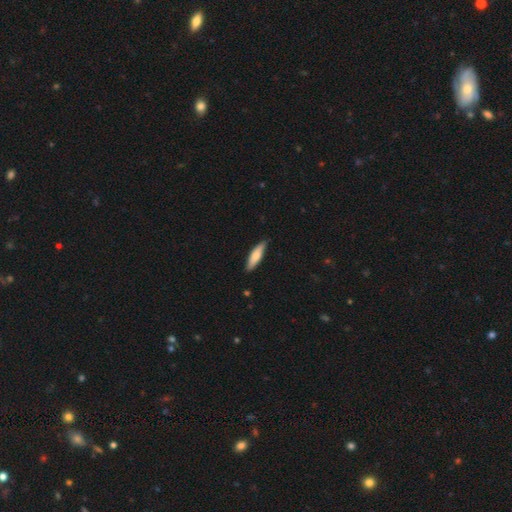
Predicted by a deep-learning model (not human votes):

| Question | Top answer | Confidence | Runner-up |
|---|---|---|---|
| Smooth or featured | smooth | 74% | featured or disk (20%) |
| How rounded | cigar-shaped | 70% | in between (28%) |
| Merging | none | 81% | minor disturbance (16%) |